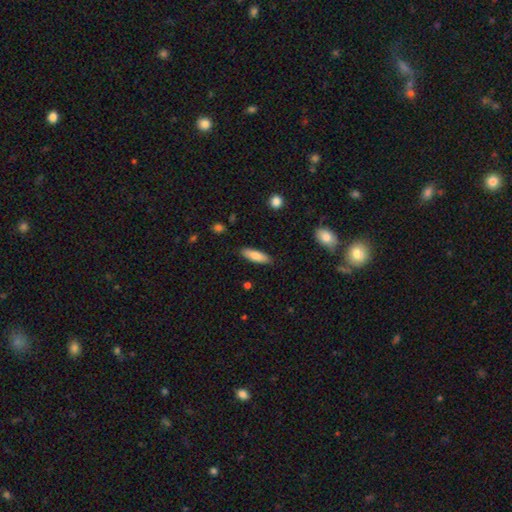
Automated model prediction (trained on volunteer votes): A smooth galaxy with no disk features (81%) that is cigar-shaped (50%).

Vote fractions:
- Smooth or featured? smooth: 81% / featured or disk: 13% / star or artifact: 6%
- How rounded? cigar-shaped: 50% / in between: 48% / round: 2%
- Merging? none: 88% / minor disturbance: 9% / major disturbance: 2% / merger: 1%